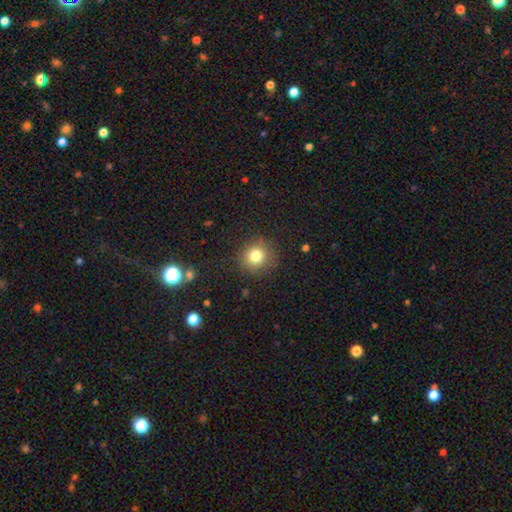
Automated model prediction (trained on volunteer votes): Smooth or featured: smooth — 79% (star or artifact — 13%)
How rounded: round — 90% (in between — 9%)
Merging: none — 87% (minor disturbance — 9%)